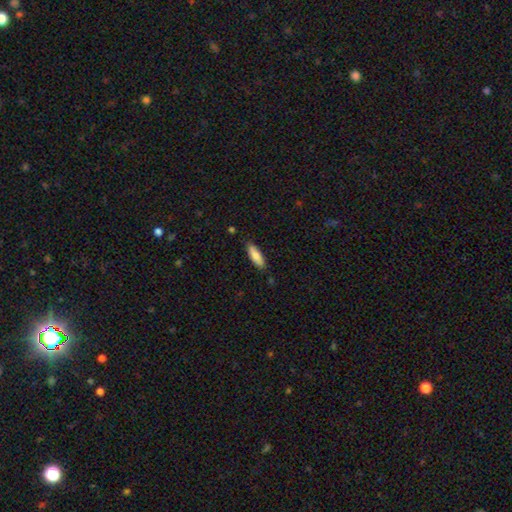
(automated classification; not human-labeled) This is clearly a smooth galaxy (83%). How rounded: possibly in between (52%). Merging: clearly none (84%).